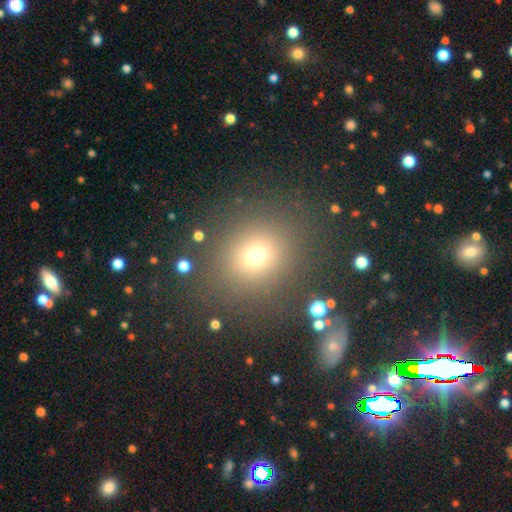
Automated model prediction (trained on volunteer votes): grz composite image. It shows a smooth galaxy with no disk features (69%) that is round (81%). Merging: none (84%).